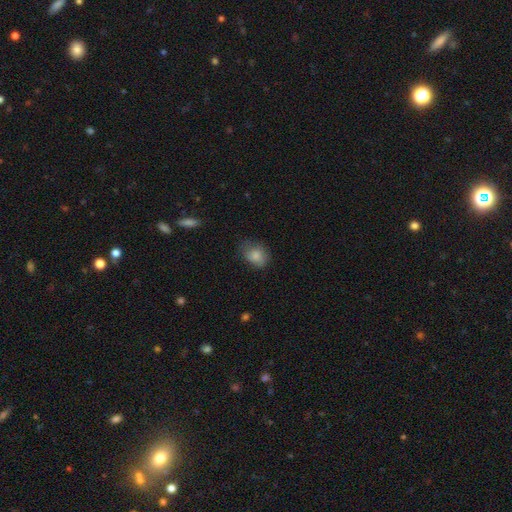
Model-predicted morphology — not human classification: smooth_or_featured: smooth (p=0.81) [alt: featured or disk p=0.11]
how_rounded: in between (p=0.58) [alt: round p=0.41]
merging: none (p=0.57) [alt: minor disturbance p=0.30]